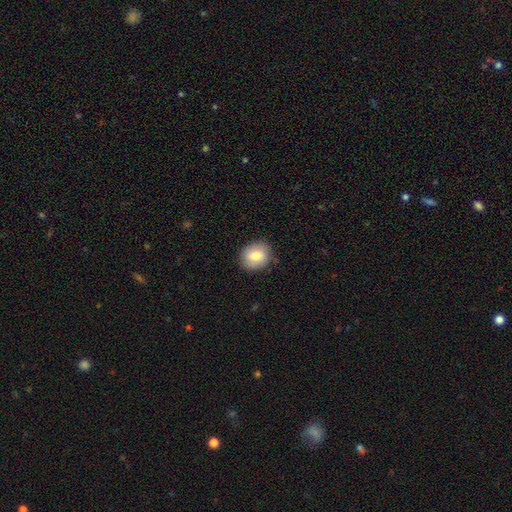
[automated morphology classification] Smooth or featured? Predicted: smooth (p=0.79). How rounded? Predicted: round (p=0.62). Merging? Predicted: none (p=0.82).